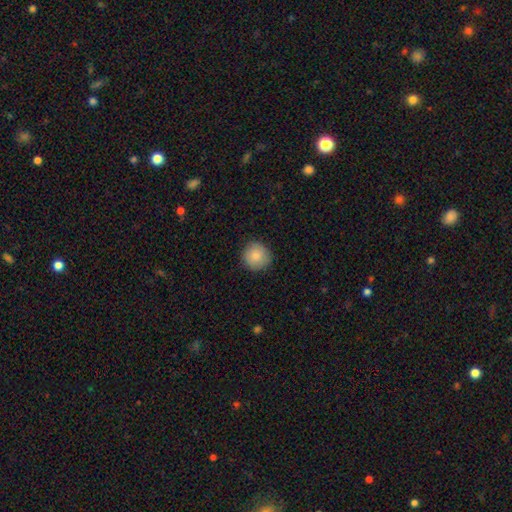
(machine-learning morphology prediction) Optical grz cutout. It shows a smooth galaxy with no disk features (84%) that is round (95%). Merging: none (89%).